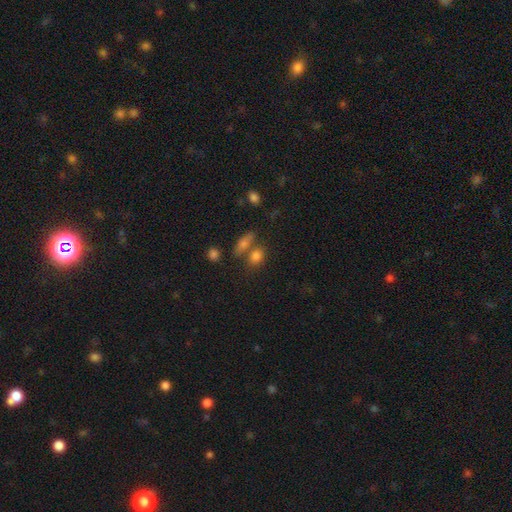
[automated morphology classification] A smooth galaxy with no disk features (78%) that is in between round and cigar-shaped (63%).

Vote fractions:
- Smooth or featured? smooth: 78% / star or artifact: 11% / featured or disk: 10%
- How rounded? in between: 63% / round: 31% / cigar-shaped: 6%
- Merging? none: 54% / merger: 29% / minor disturbance: 12% / major disturbance: 5%